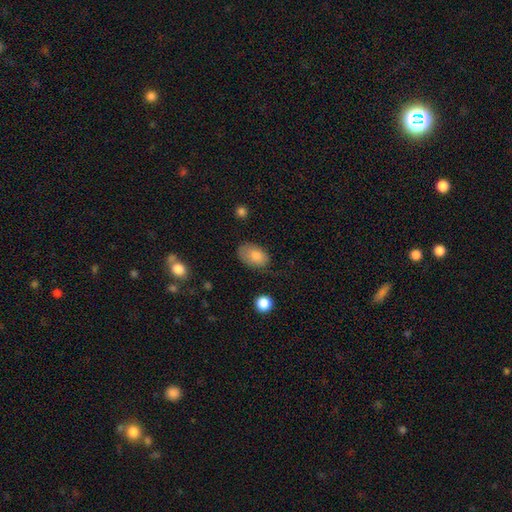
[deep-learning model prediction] A smooth galaxy with no disk features (80%) that is in between round and cigar-shaped (89%). Merging: none (64%).